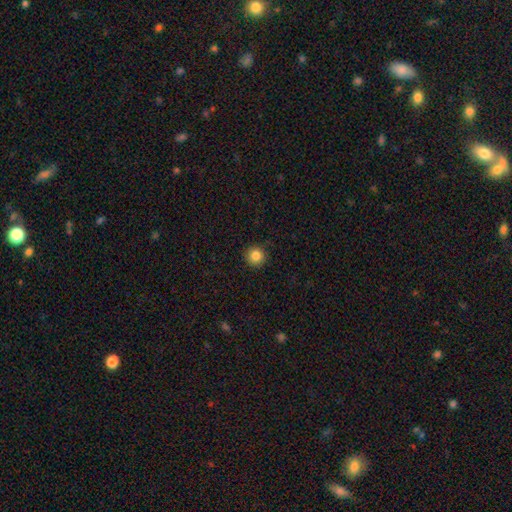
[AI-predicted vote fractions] Smooth or featured?
  - smooth: 85% *
  - star or artifact: 10%
  - featured or disk: 5%
How rounded?
  - round: 96% *
  - in between: 4%
  - cigar-shaped: 1%
Merging?
  - none: 92% *
  - minor disturbance: 5%
  - major disturbance: 2%
  - merger: 1%